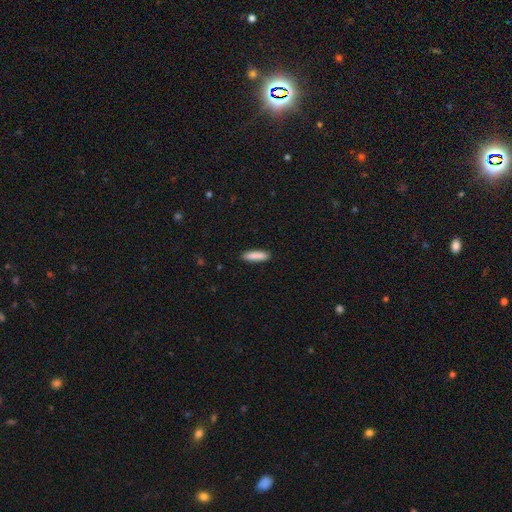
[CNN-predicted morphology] This appears to be a smooth galaxy with no disk features (87%) that is cigar-shaped (64%). Merging: none (88%).